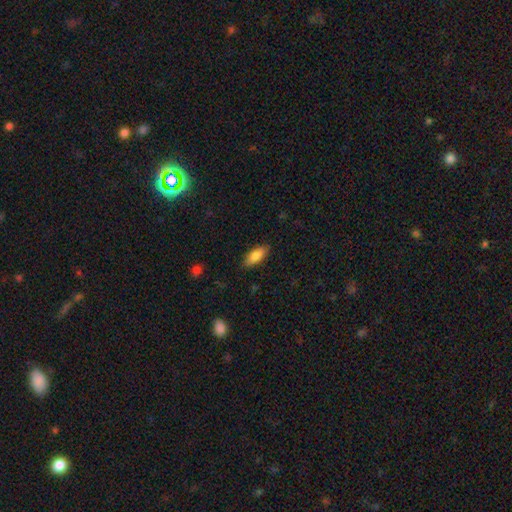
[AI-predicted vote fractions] This is clearly a smooth galaxy (83%). How rounded: likely in between (77%). Merging: clearly none (85%).